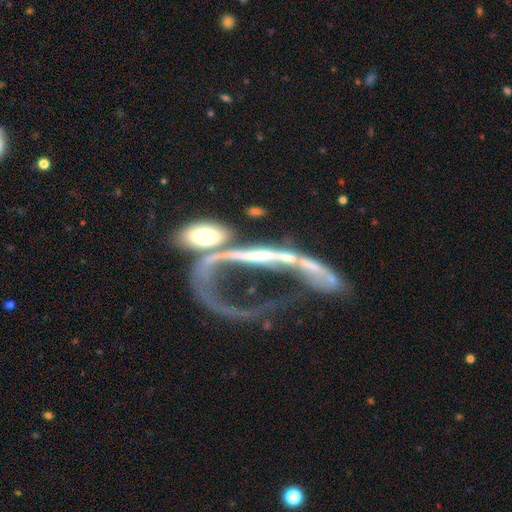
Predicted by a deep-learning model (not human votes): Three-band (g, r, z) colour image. It shows a featured or disk galaxy (55%). Merging: merger (43%).